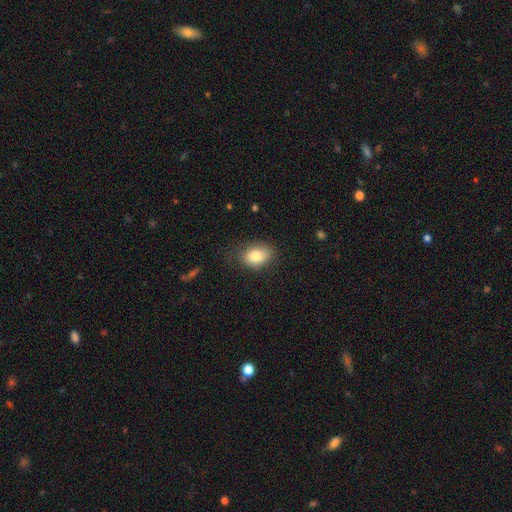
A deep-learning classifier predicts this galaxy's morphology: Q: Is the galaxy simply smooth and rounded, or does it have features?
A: smooth — 81%.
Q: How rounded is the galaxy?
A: in between — 76%.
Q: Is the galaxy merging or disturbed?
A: none — 75%.